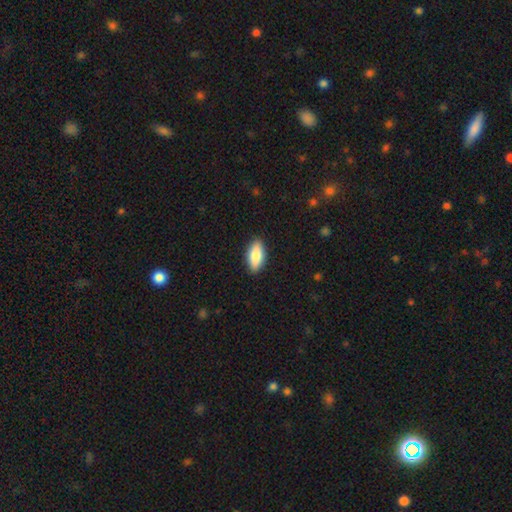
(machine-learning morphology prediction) smooth_or_featured: smooth (p=0.83) [alt: featured or disk p=0.11]
how_rounded: in between (p=0.86) [alt: cigar-shaped p=0.11]
merging: none (p=0.89) [alt: minor disturbance p=0.08]